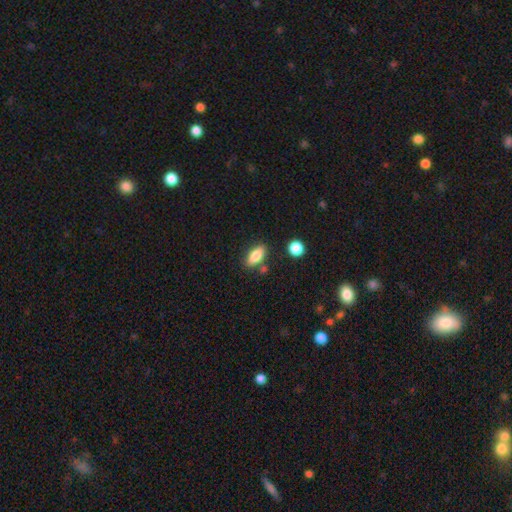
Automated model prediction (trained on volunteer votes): smooth-or-featured: smooth: 81% | featured or disk: 11% | star or artifact: 8%
  how-rounded: in between: 79% | cigar-shaped: 16% | round: 5%
  merging: none: 78% | minor disturbance: 12% | merger: 7% | major disturbance: 3%